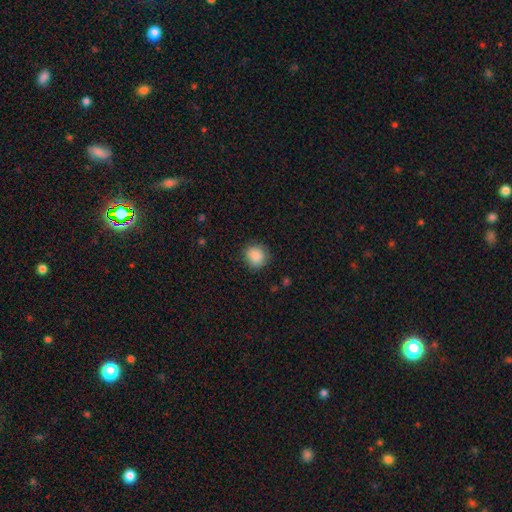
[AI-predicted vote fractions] A smooth galaxy with no disk features (88%) that is round (85%).

Vote fractions:
- Smooth or featured? smooth: 88% / star or artifact: 8% / featured or disk: 4%
- How rounded? round: 85% / in between: 14% / cigar-shaped: 1%
- Merging? none: 82% / minor disturbance: 13% / major disturbance: 4% / merger: 1%